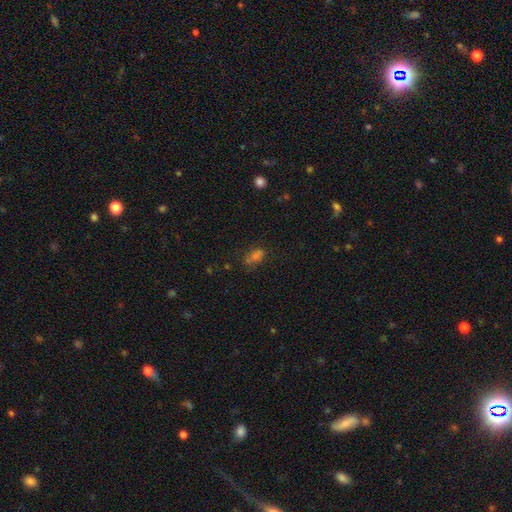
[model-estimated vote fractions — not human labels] Overall: smooth (59%; star or artifact 28%). How rounded: in between (72%). Merging: none (50%; merger 19%).